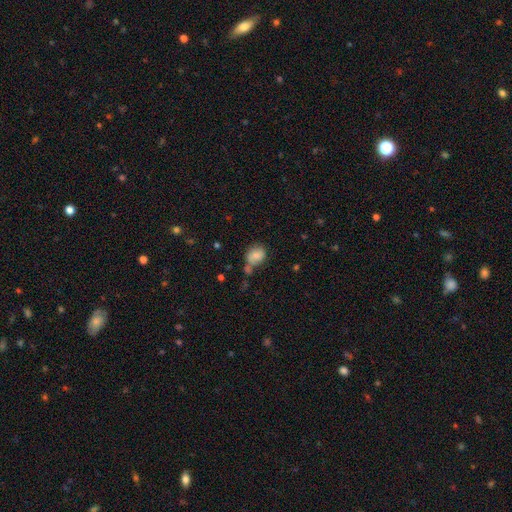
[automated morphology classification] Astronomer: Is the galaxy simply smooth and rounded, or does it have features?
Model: smooth — 77%.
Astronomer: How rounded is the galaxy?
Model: round — 58% (runner-up: in between, 41%).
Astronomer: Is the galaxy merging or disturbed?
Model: none — 53%.